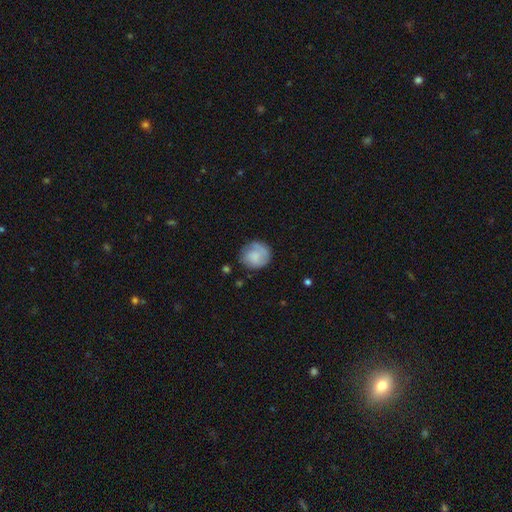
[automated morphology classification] This is likely a smooth galaxy (71%). How rounded: clearly round (85%). Merging: likely none (70%).